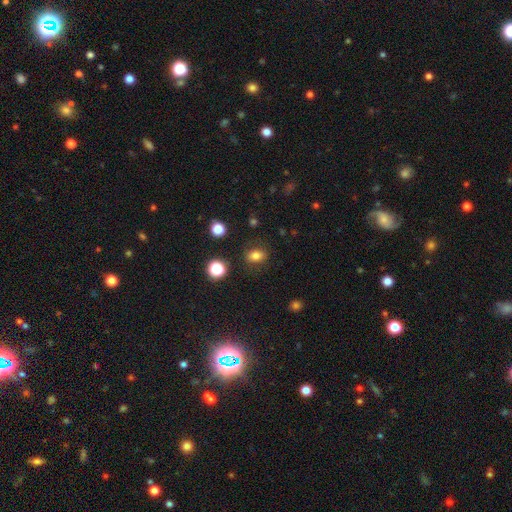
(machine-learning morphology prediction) Smooth or featured? Predicted: smooth (p=0.78). How rounded? Predicted: in between (p=0.67). Merging? Predicted: none (p=0.83).